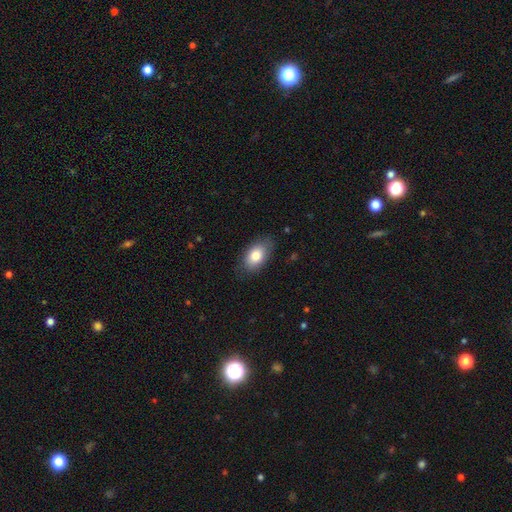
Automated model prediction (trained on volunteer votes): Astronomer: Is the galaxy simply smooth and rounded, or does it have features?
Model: smooth — 80%.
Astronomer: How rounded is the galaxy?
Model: in between — 90%.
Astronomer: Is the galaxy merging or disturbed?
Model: none — 81%.